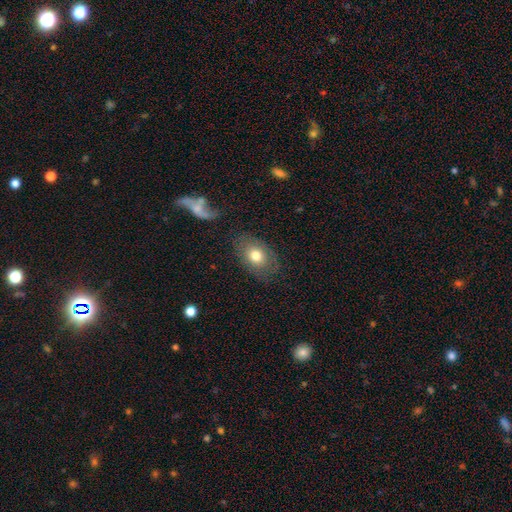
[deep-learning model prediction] Morphology: type=smooth (70%); roundness=in between (81%); merging=none (76%).